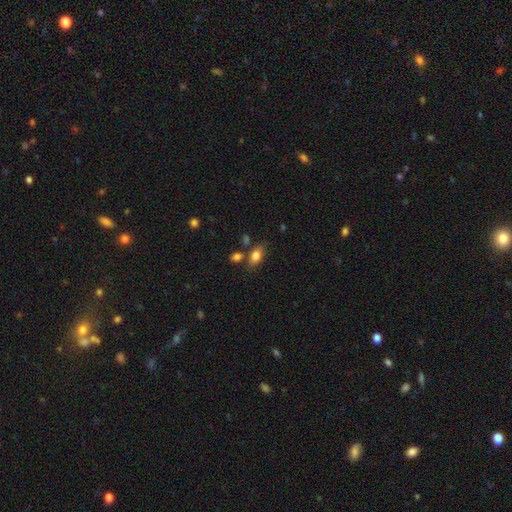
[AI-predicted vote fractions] Smooth or featured? Predicted: smooth (p=0.81). How rounded? Predicted: in between (p=0.86). Merging? Predicted: none (p=0.68).